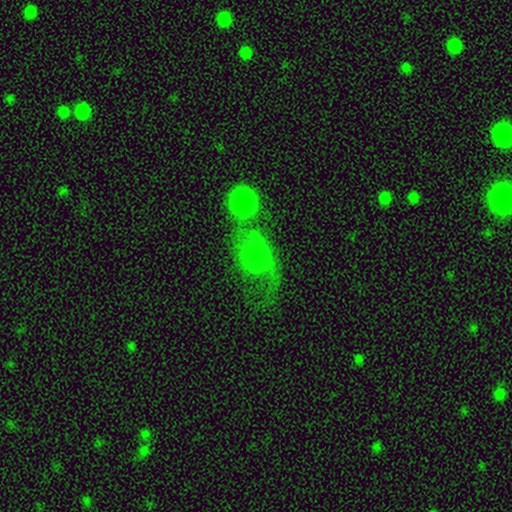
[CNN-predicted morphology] smooth_or_featured: smooth (p=0.55) [alt: featured or disk p=0.30]
how_rounded: in between (p=0.50) [alt: round p=0.47]
merging: none (p=0.33) [alt: major disturbance p=0.26]